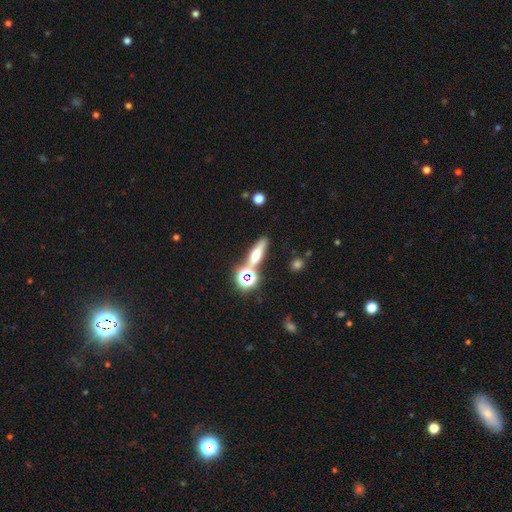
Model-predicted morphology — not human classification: Overall: smooth (57%; featured or disk 22%). How rounded: cigar-shaped (54%; in between 31%). Merging: none (66%).